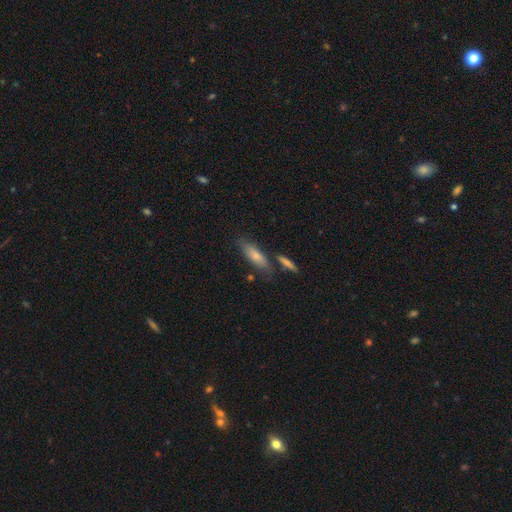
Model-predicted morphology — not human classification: Q: Smooth or featured?
A: smooth (65%); runner-up: featured or disk (27%)
Q: How rounded?
A: cigar-shaped (55%); runner-up: in between (42%)
Q: Merging?
A: none (71%); runner-up: merger (13%)